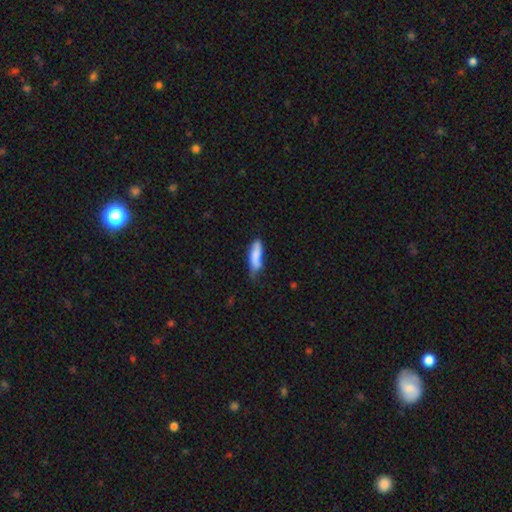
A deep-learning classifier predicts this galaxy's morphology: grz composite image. It shows a smooth galaxy with no disk features (78%) that is cigar-shaped (56%). Merging: none (47%).